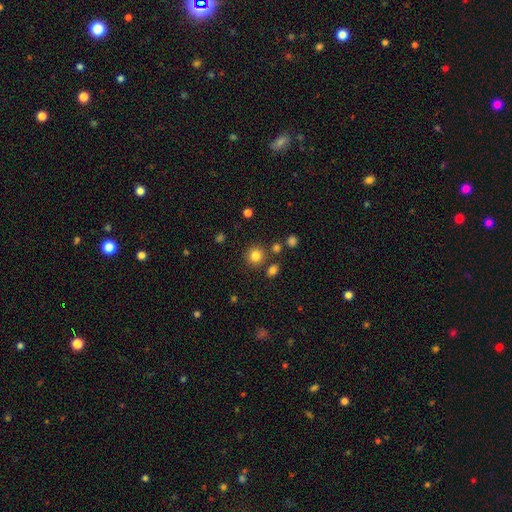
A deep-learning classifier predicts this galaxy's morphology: The model was most divided on "smooth or featured": smooth: 82%, star or artifact: 12%, featured or disk: 5%. More confident: how rounded — round (91%); merging — none (82%).